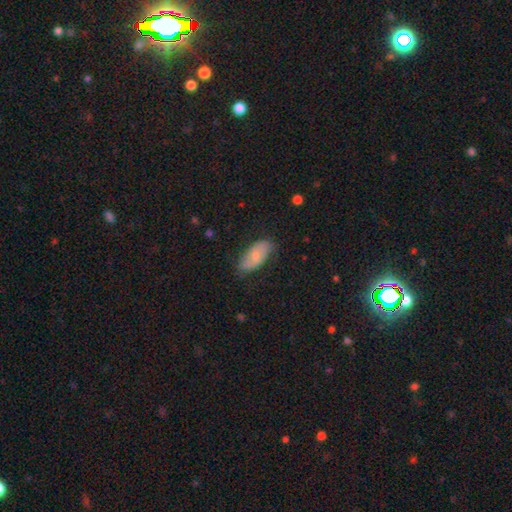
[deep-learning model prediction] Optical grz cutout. It shows a smooth galaxy with no disk features (61%) that is in between round and cigar-shaped (91%). Merging: none (74%).